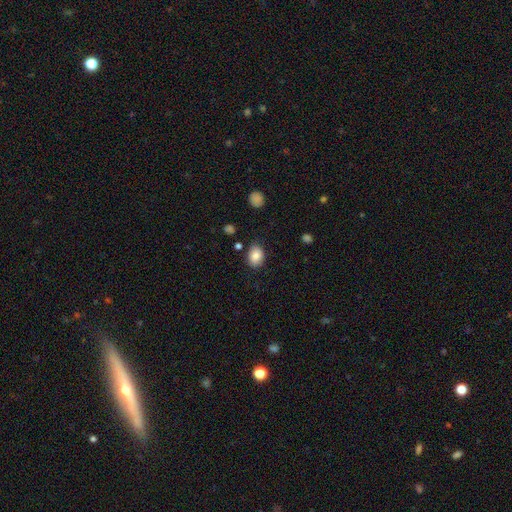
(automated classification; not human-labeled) Smooth or featured? smooth (84%)
How rounded? in between (70%)
Merging? none (81%)